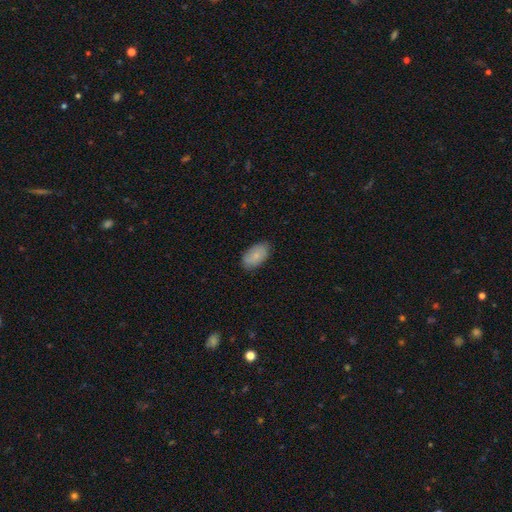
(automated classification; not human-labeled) smooth-or-featured: smooth: 82% | featured or disk: 11% | star or artifact: 6%
  how-rounded: in between: 94% | round: 4% | cigar-shaped: 2%
  merging: none: 82% | minor disturbance: 15% | major disturbance: 3% | merger: 1%